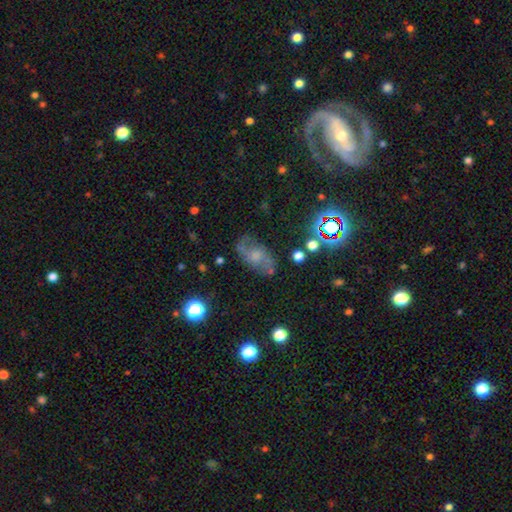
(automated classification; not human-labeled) Smooth or featured: featured or disk — 54% (smooth — 30%)
Edge-on disk: no — 93% (yes — 7%)
Bar: no — 61% (weak — 32%)
Spiral arms: yes — 77% (no — 23%)
Bulge size: moderate — 41% (small — 31%)
Merging: none — 66% (minor disturbance — 21%)